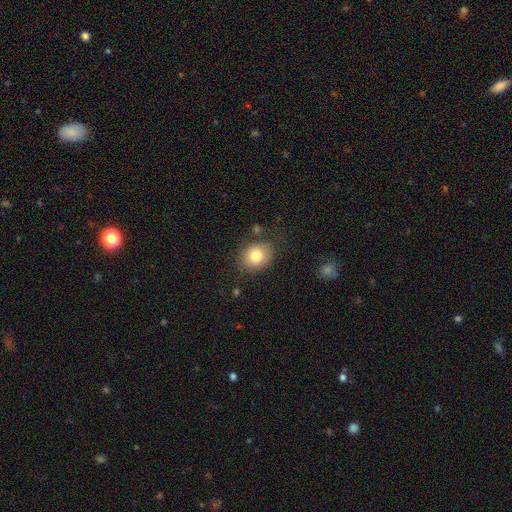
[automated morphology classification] This appears to be a smooth galaxy with no disk features (81%) that is round (61%). Merging: none (78%).